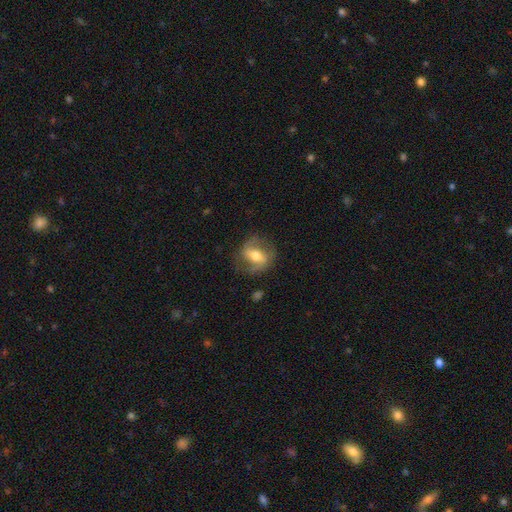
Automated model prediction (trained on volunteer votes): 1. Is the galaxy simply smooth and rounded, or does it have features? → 64% featured or disk, 29% smooth, 7% star or artifact.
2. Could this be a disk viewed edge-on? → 94% no, 6% yes.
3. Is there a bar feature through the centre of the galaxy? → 39% weak, 36% strong, 25% no.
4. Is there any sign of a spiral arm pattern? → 78% yes, 22% no.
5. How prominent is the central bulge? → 68% moderate, 15% small, 14% large, 1% none, 1% dominant.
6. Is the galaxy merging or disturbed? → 69% none, 19% minor disturbance, 11% major disturbance, 1% merger.